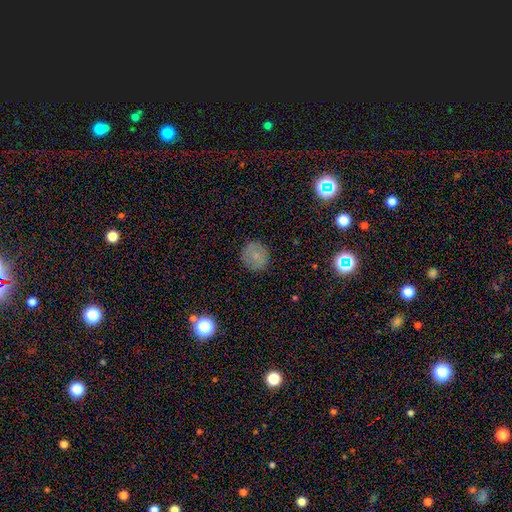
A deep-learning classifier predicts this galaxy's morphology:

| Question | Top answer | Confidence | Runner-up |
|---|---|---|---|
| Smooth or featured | smooth | 74% | star or artifact (15%) |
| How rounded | round | 86% | in between (13%) |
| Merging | none | 85% | minor disturbance (11%) |